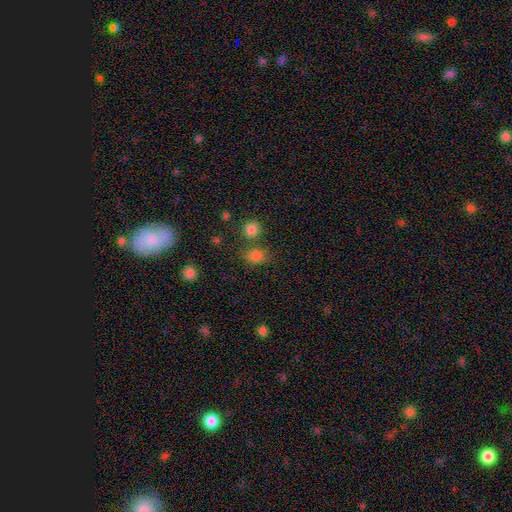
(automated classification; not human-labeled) The model was most divided on "how rounded": round: 51%, in between: 48%, cigar-shaped: 1%. More confident: smooth or featured — smooth (78%); merging — none (65%).